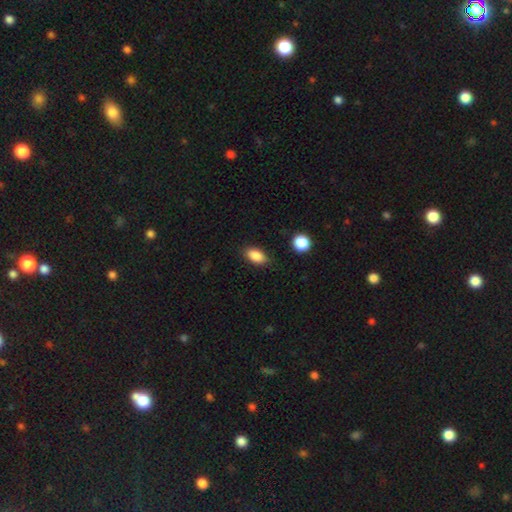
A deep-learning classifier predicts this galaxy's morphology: This is clearly a smooth galaxy (87%). How rounded: clearly in between (89%). Merging: clearly none (84%).